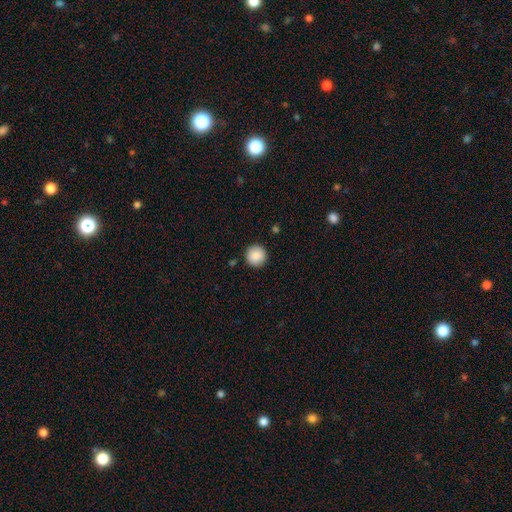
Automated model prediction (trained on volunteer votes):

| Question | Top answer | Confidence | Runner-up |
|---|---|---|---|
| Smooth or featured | smooth | 89% | star or artifact (8%) |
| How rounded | round | 96% | in between (3%) |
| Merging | none | 92% | minor disturbance (5%) |